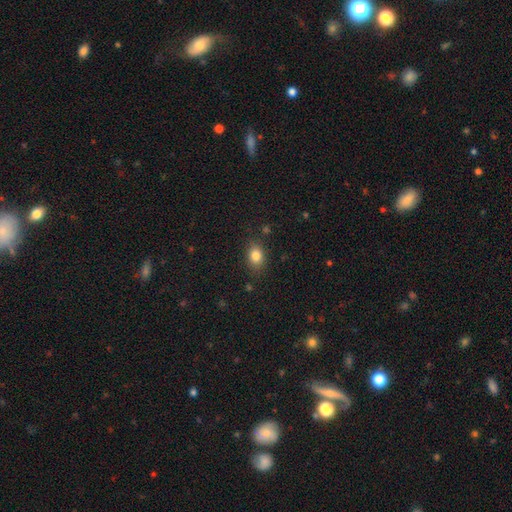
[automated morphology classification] smooth 83%, star or artifact 10%, featured or disk 7%. Down the decision tree: how rounded — in between (69%); merging — none (82%).